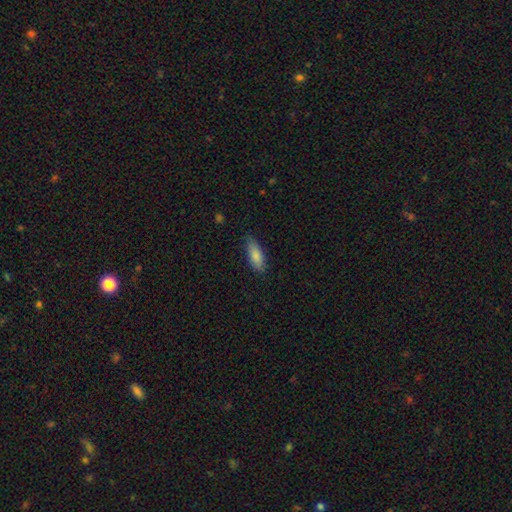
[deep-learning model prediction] This is clearly a smooth galaxy (84%). How rounded: likely in between (71%). Merging: likely none (77%).